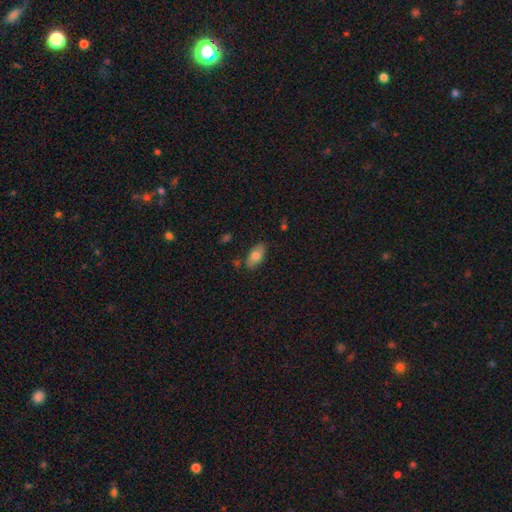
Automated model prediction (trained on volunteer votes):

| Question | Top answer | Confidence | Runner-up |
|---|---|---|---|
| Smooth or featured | smooth | 74% | featured or disk (19%) |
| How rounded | in between | 90% | cigar-shaped (6%) |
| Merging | none | 81% | minor disturbance (14%) |